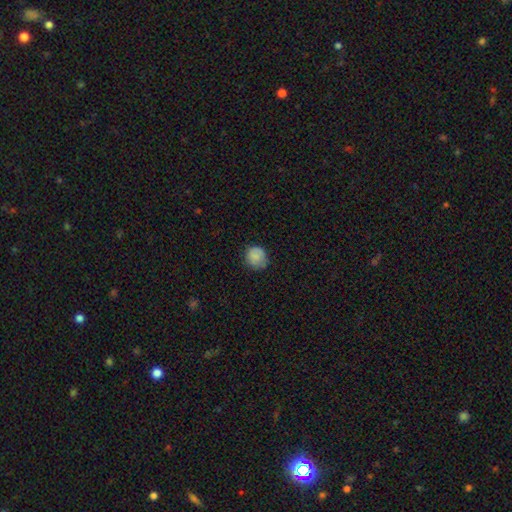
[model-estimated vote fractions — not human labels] smooth 83%, star or artifact 9%, featured or disk 9%. Down the decision tree: how rounded — round (82%); merging — none (74%).